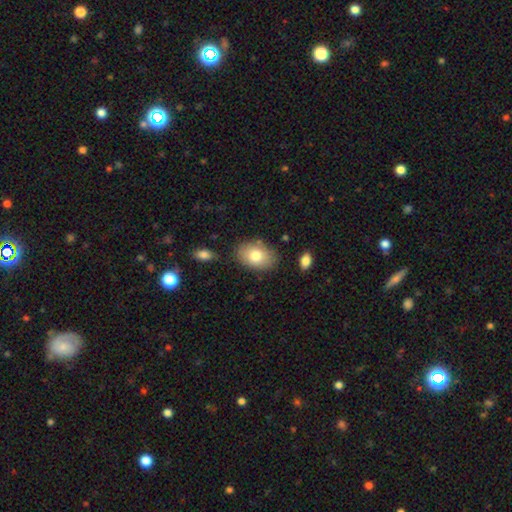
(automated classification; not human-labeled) Q: Smooth or featured?
A: smooth (79%); runner-up: featured or disk (14%)
Q: How rounded?
A: in between (86%); runner-up: round (13%)
Q: Merging?
A: none (80%); runner-up: minor disturbance (13%)